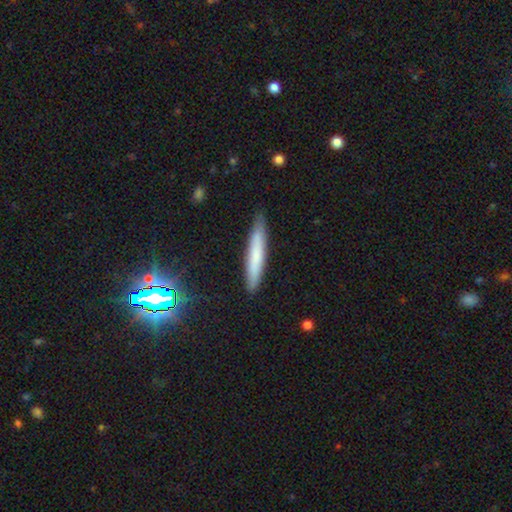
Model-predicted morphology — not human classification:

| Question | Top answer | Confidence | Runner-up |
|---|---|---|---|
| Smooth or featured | smooth | 66% | featured or disk (25%) |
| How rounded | cigar-shaped | 93% | in between (6%) |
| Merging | none | 87% | minor disturbance (10%) |